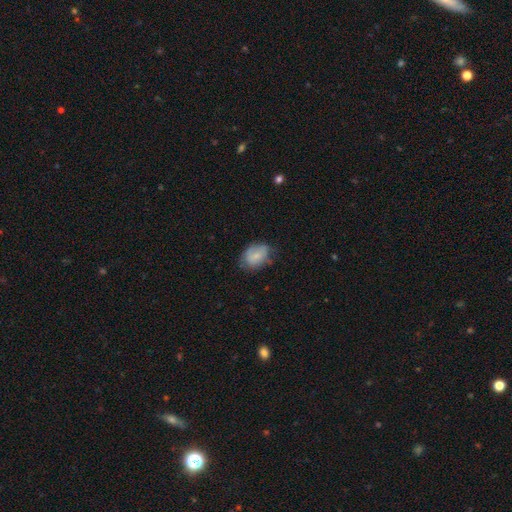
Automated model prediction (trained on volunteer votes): Q: Smooth or featured?
A: smooth (72%); runner-up: featured or disk (20%)
Q: How rounded?
A: in between (76%); runner-up: round (23%)
Q: Merging?
A: none (56%); runner-up: minor disturbance (31%)